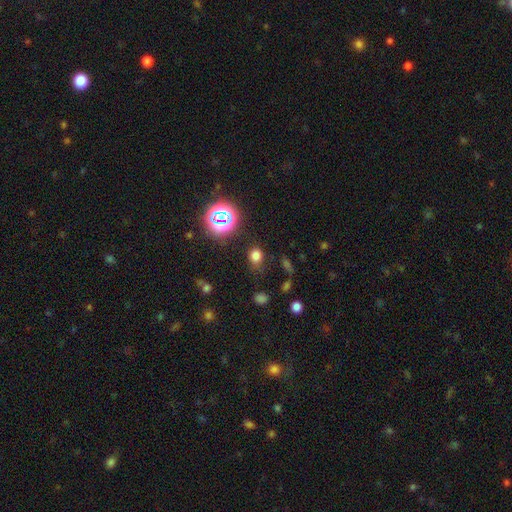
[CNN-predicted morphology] smooth-or-featured: smooth: 70% | star or artifact: 24% | featured or disk: 6%
  how-rounded: round: 60% | in between: 38% | cigar-shaped: 1%
  merging: none: 72% | minor disturbance: 17% | major disturbance: 7% | merger: 4%